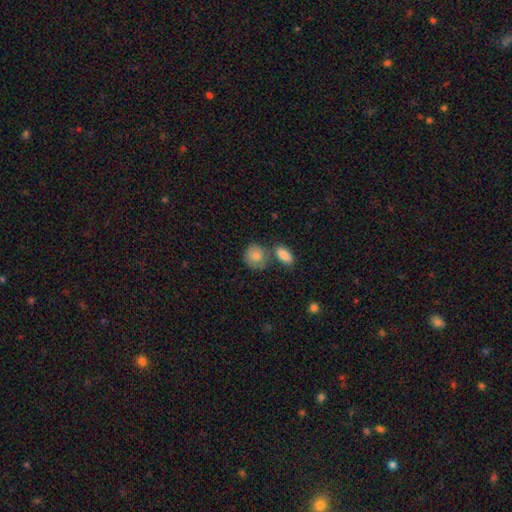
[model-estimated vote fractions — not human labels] smooth_or_featured: smooth (p=0.83) [alt: featured or disk p=0.10]
how_rounded: round (p=0.69) [alt: in between p=0.29]
merging: none (p=0.56) [alt: merger p=0.23]